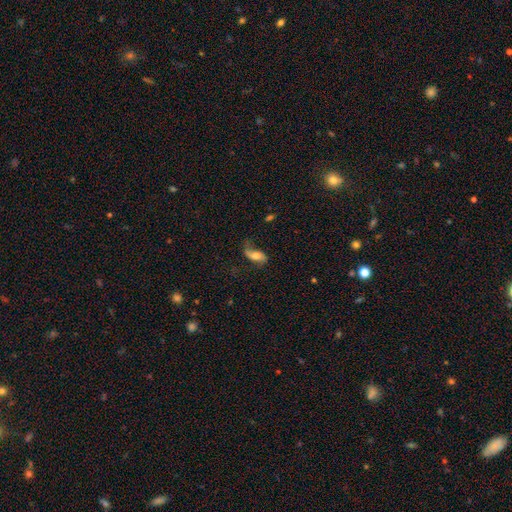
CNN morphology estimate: A featured or disk galaxy (51%). Merging: none (44%).